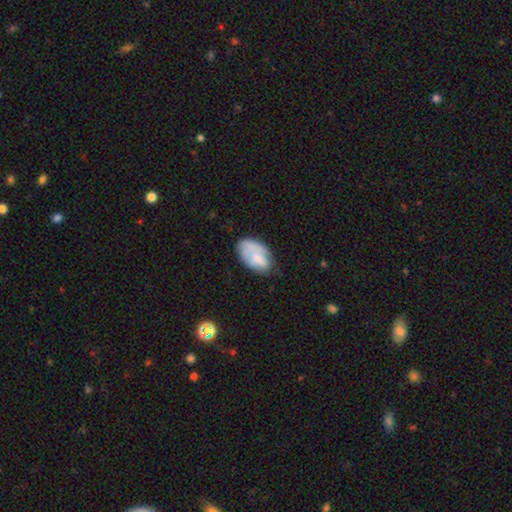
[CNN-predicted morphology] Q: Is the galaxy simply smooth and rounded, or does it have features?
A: smooth — 65%.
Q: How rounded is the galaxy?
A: in between — 93%.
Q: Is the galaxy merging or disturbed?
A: none — 48%.